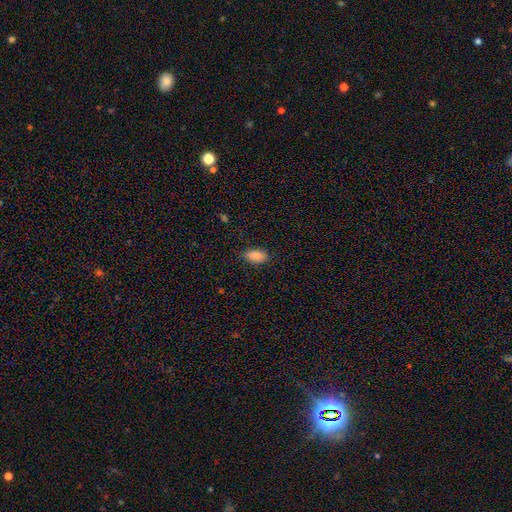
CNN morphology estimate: The model was most divided on "merging": none: 81%, minor disturbance: 14%, major disturbance: 3%, merger: 1%. More confident: how rounded — in between (90%); smooth or featured — smooth (86%).